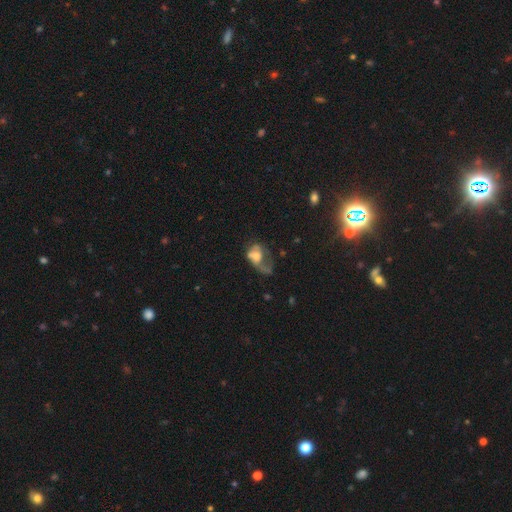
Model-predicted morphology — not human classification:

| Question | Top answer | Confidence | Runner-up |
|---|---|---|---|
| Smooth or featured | featured or disk | 47% | smooth (43%) |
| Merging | major disturbance | 56% | none (19%) |